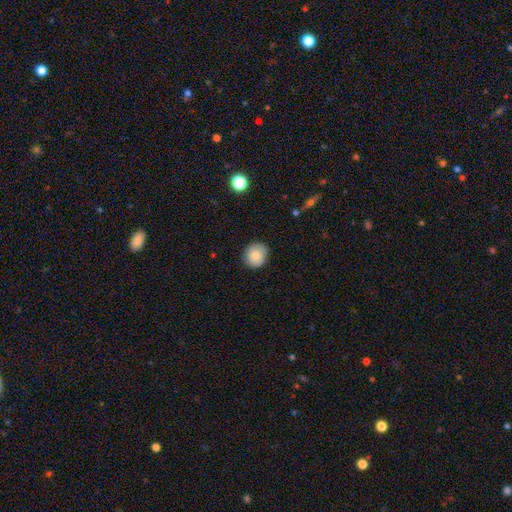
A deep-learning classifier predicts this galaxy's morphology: type=smooth (82%); roundness=round (79%); merging=none (83%).